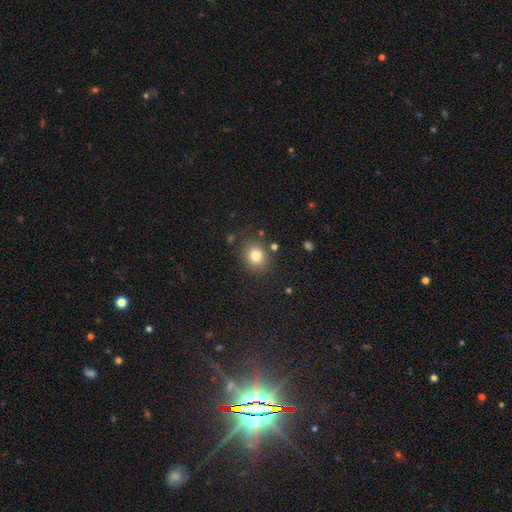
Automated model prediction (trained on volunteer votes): Smooth or featured: smooth — 80% (star or artifact — 12%)
How rounded: round — 71% (in between — 28%)
Merging: none — 82% (minor disturbance — 11%)